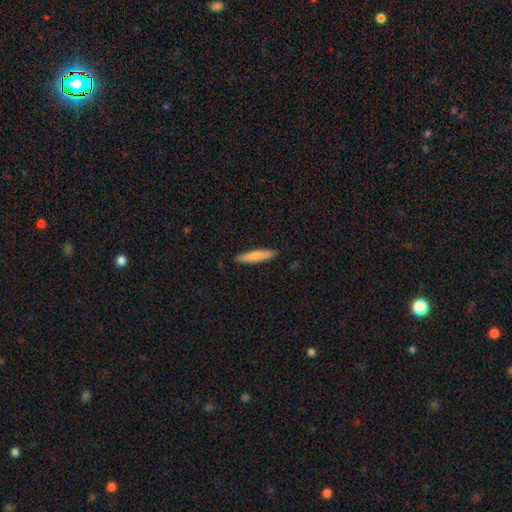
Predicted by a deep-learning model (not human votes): smooth-or-featured: smooth: 80% | featured or disk: 15% | star or artifact: 5%
  how-rounded: cigar-shaped: 89% | in between: 9% | round: 1%
  merging: none: 91% | minor disturbance: 7% | major disturbance: 1% | merger: 1%